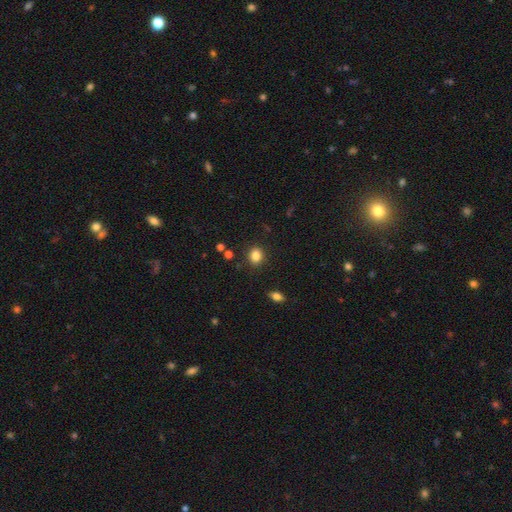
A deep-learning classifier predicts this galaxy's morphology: Q: Smooth or featured?
A: smooth (85%); runner-up: star or artifact (11%)
Q: How rounded?
A: round (67%); runner-up: in between (32%)
Q: Merging?
A: none (88%); runner-up: minor disturbance (8%)